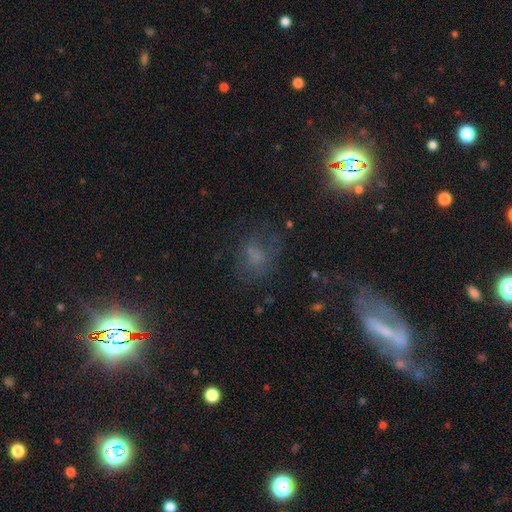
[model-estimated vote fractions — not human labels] Smooth or featured?
  - smooth: 45% *
  - star or artifact: 32%
  - featured or disk: 24%
Merging?
  - none: 53% *
  - major disturbance: 23%
  - minor disturbance: 19%
  - merger: 4%